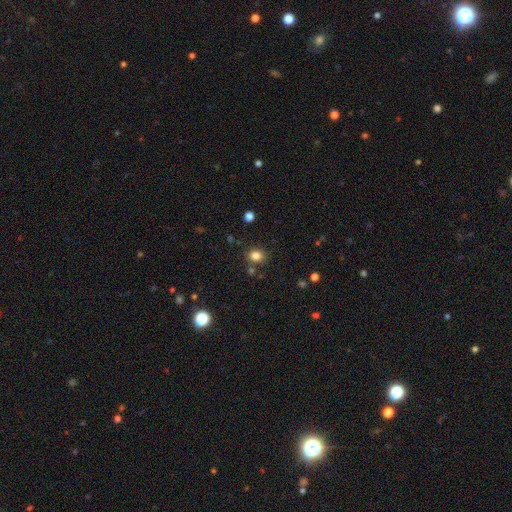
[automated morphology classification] The model was most divided on "how rounded": round: 68%, in between: 31%, cigar-shaped: 1%. More confident: smooth or featured — smooth (81%); merging — none (81%).